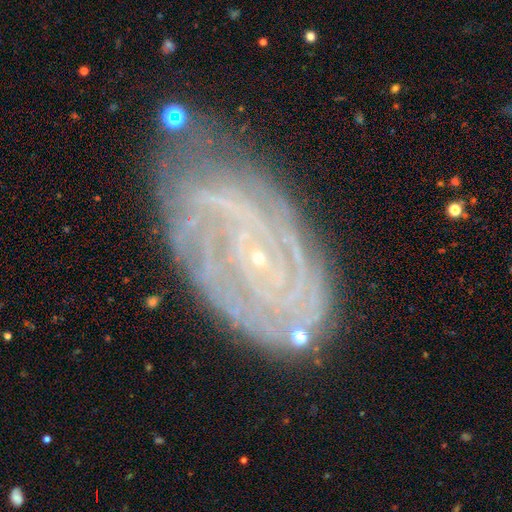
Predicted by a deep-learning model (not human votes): A featured or disk galaxy (85%) with no bar (68%), tight (67%) spiral arms (95%) and a small central bulge (90%). Merging: none (69%).